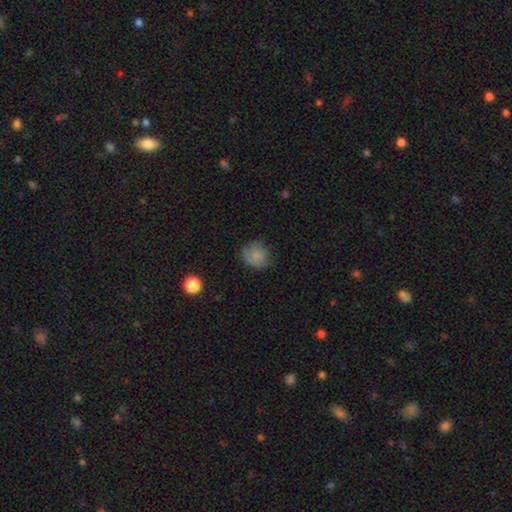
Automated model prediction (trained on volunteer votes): Smooth or featured: smooth — 77% (featured or disk — 13%)
How rounded: round — 82% (in between — 17%)
Merging: none — 68% (minor disturbance — 23%)